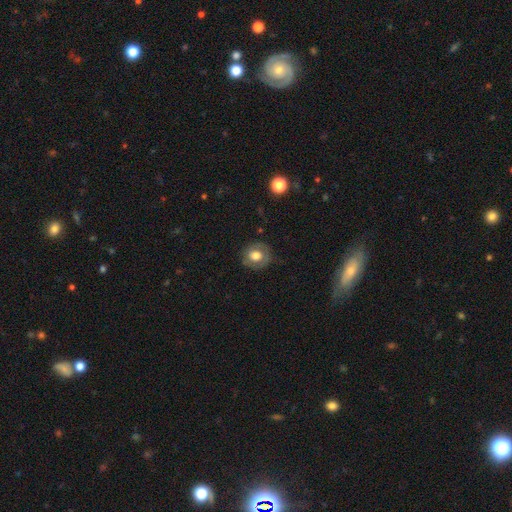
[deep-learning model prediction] A smooth galaxy with no disk features (63%) that is round (81%). Merging: none (80%).